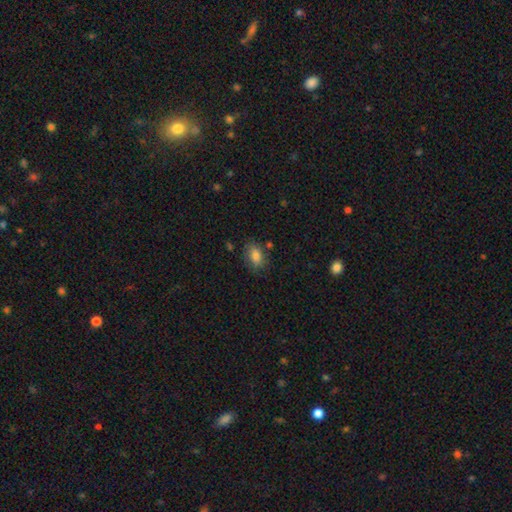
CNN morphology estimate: Overall: smooth (80%). How rounded: in between (84%). Merging: none (72%).